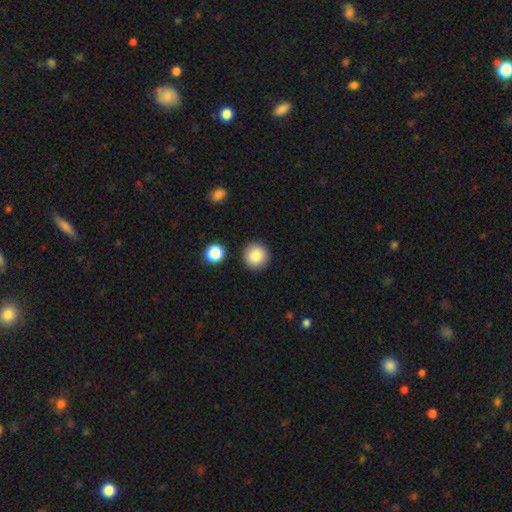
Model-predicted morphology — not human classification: Smooth or featured? smooth (86%)
How rounded? round (95%)
Merging? none (89%)